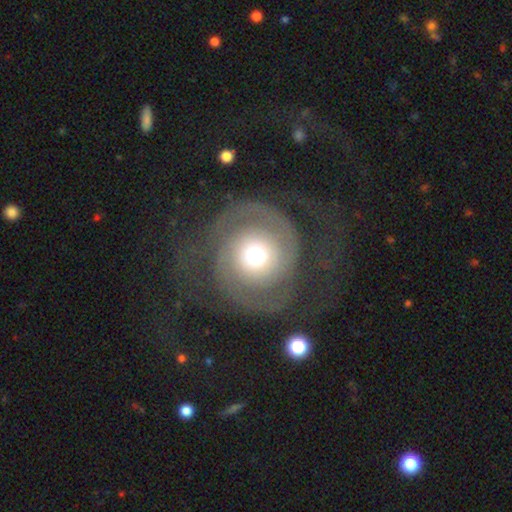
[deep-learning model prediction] This appears to be a featured or disk galaxy (72%) with no bar (83%), 2 (71%) tight (50%) spiral arms (83%) and a moderate central bulge (58%). Merging: none (62%).